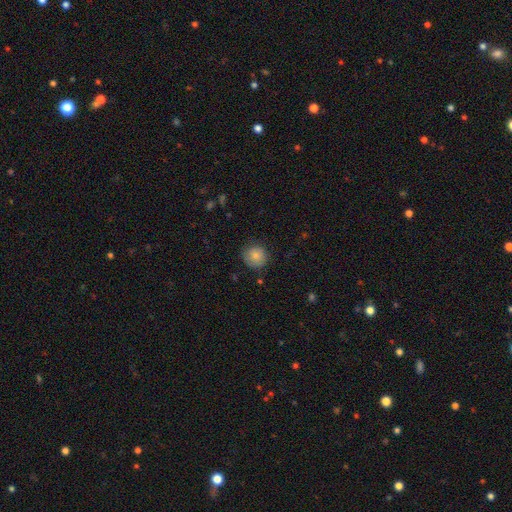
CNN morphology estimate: smooth-or-featured: smooth: 82% | featured or disk: 10% | star or artifact: 8%
  how-rounded: round: 90% | in between: 9% | cigar-shaped: 1%
  merging: none: 80% | minor disturbance: 16% | major disturbance: 3% | merger: 1%